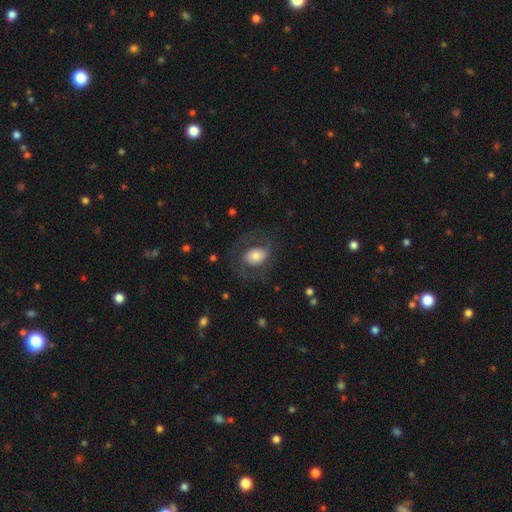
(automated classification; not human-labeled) A smooth galaxy with no disk features (51%) that is in between round and cigar-shaped (70%). Merging: none (63%).